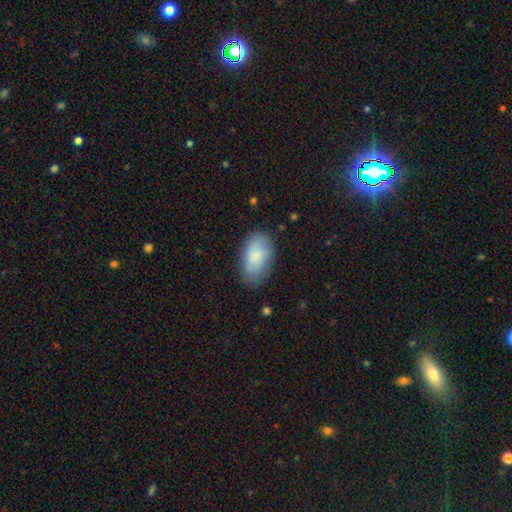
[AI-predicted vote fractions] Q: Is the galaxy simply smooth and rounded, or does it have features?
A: smooth — 73%.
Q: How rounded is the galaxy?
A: in between — 94%.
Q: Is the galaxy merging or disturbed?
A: none — 75%.